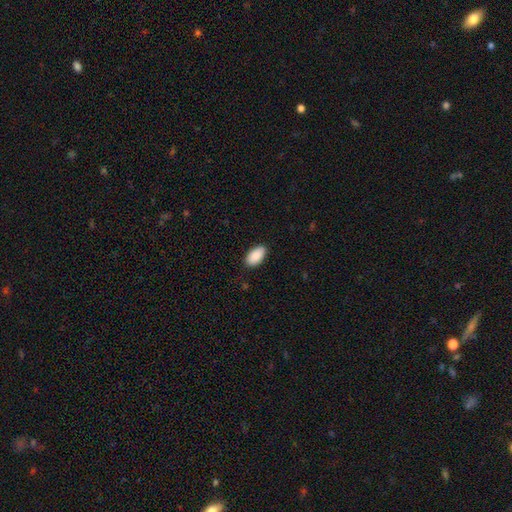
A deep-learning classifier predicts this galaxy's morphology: Q: Smooth or featured?
A: smooth (89%); runner-up: star or artifact (6%)
Q: How rounded?
A: in between (95%); runner-up: round (3%)
Q: Merging?
A: none (86%); runner-up: minor disturbance (11%)